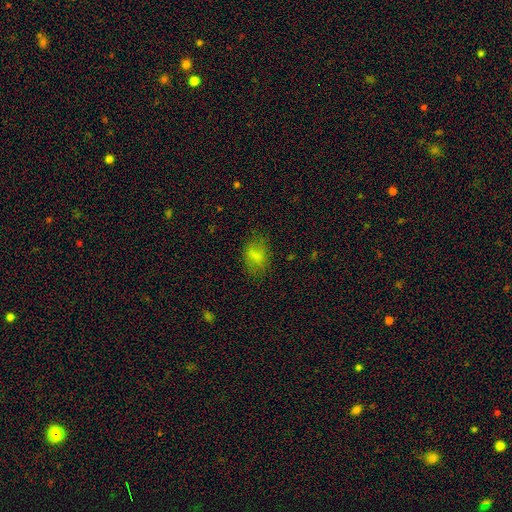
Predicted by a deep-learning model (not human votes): Q: Smooth or featured?
A: smooth (74%); runner-up: featured or disk (14%)
Q: How rounded?
A: in between (77%); runner-up: round (21%)
Q: Merging?
A: none (72%); runner-up: minor disturbance (18%)